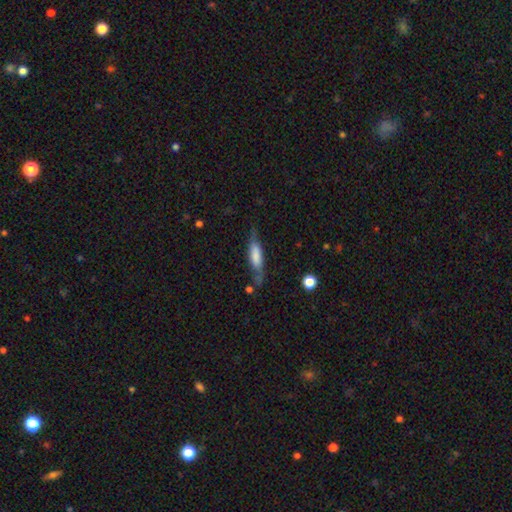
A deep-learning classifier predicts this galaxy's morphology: type=smooth (54%); roundness=cigar-shaped (65%); merging=none (63%).